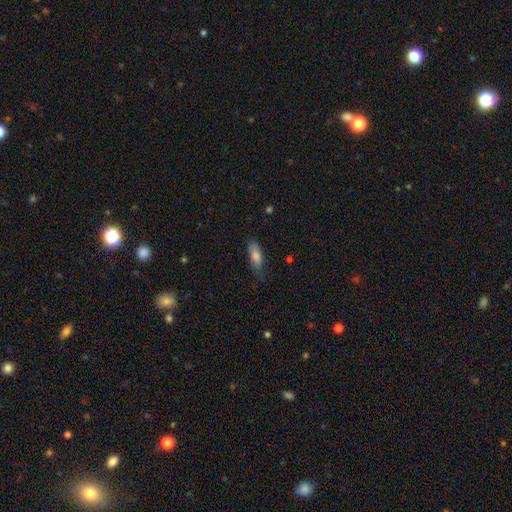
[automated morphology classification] Smooth or featured? smooth (76%)
How rounded? in between (54%)
Merging? none (70%)